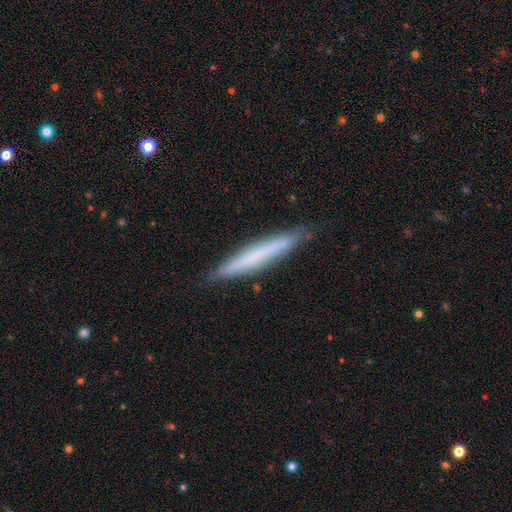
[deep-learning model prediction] The model was most divided on "smooth or featured": smooth: 60%, featured or disk: 34%, star or artifact: 6%. More confident: how rounded — cigar-shaped (96%); merging — none (88%).